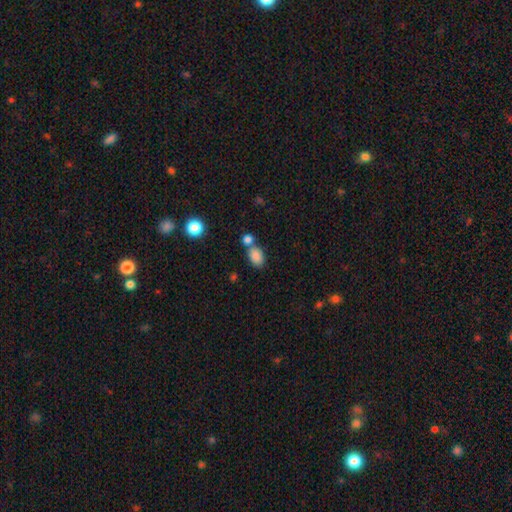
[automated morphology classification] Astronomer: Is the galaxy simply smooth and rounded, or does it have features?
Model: smooth — 85%.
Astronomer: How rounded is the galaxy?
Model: in between — 82%.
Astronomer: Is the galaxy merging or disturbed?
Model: none — 50% (runner-up: merger, 35%).